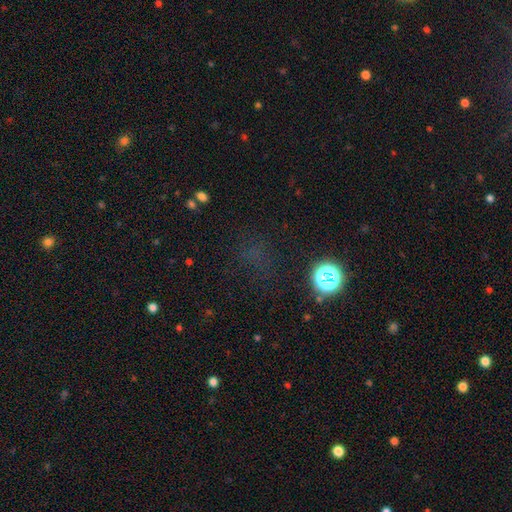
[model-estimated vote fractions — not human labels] Smooth or featured?
  - star or artifact: 55% *
  - smooth: 36%
  - featured or disk: 9%